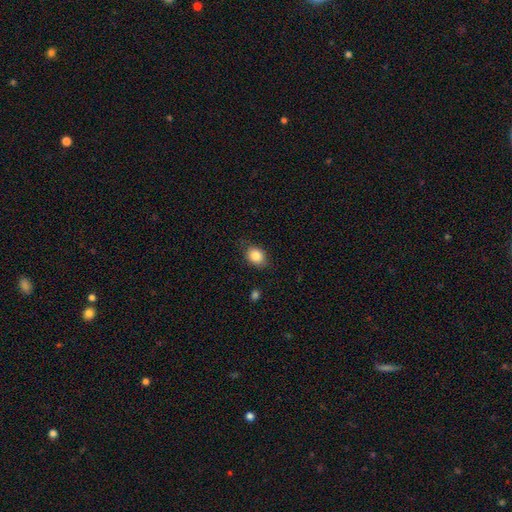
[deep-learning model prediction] Q: Smooth or featured?
A: smooth (85%); runner-up: star or artifact (9%)
Q: How rounded?
A: in between (63%); runner-up: round (36%)
Q: Merging?
A: none (81%); runner-up: minor disturbance (14%)